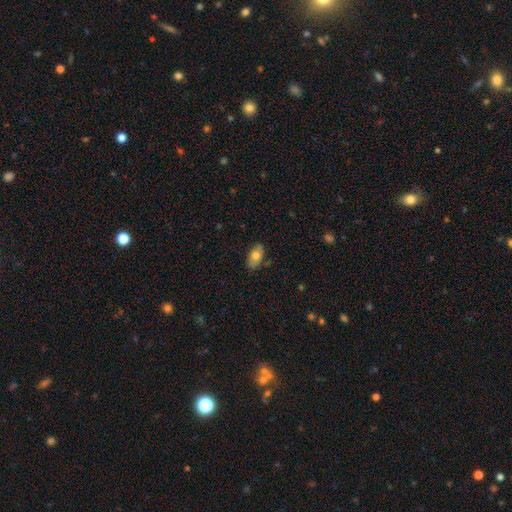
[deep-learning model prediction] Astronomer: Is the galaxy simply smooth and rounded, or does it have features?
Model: smooth — 72%.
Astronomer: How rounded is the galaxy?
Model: in between — 92%.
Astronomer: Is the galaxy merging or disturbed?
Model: none — 80%.